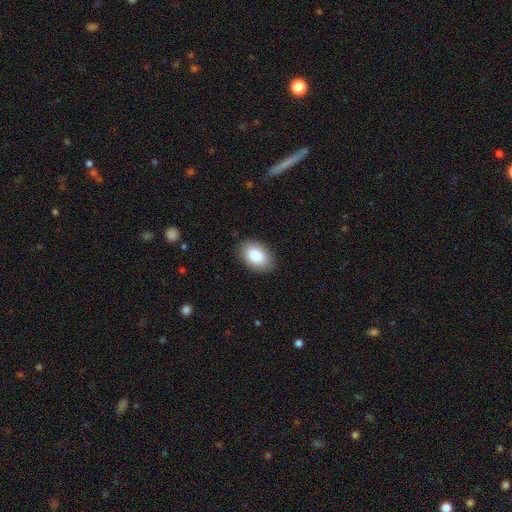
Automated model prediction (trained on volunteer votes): Smooth or featured? Predicted: smooth (p=0.88). How rounded? Predicted: in between (p=0.89). Merging? Predicted: none (p=0.87).